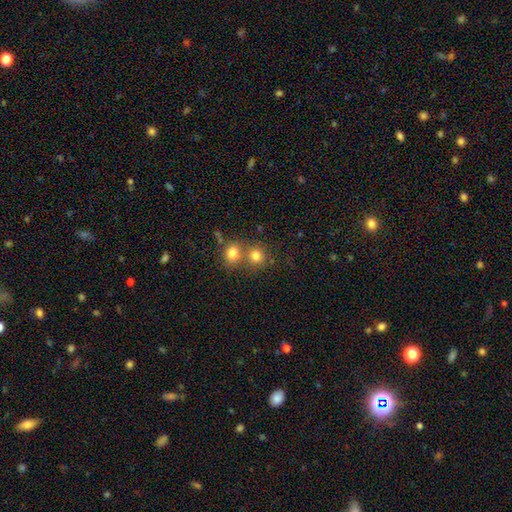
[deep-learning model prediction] Morphology: type=smooth (78%); roundness=round (85%); merging=none (49%).